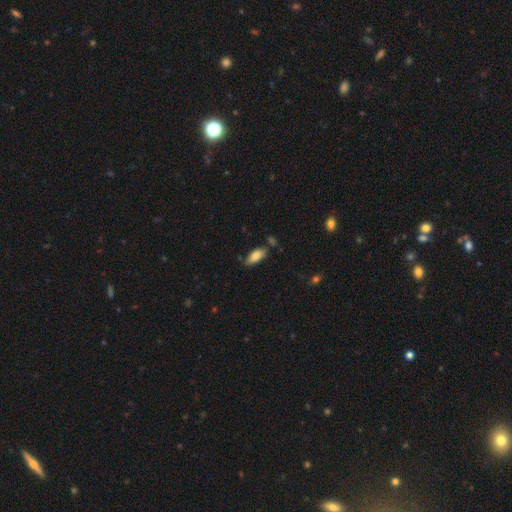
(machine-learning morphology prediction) Smooth or featured?
  - smooth: 80% *
  - featured or disk: 13%
  - star or artifact: 7%
How rounded?
  - in between: 84% *
  - cigar-shaped: 14%
  - round: 2%
Merging?
  - none: 73% *
  - minor disturbance: 18%
  - merger: 5%
  - major disturbance: 3%